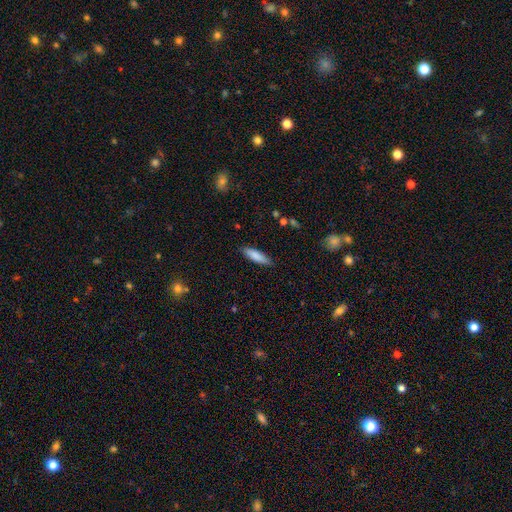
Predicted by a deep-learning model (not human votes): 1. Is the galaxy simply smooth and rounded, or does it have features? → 82% smooth, 11% featured or disk, 6% star or artifact.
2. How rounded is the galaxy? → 63% cigar-shaped, 35% in between, 1% round.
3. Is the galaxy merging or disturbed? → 87% none, 10% minor disturbance, 2% major disturbance, 1% merger.